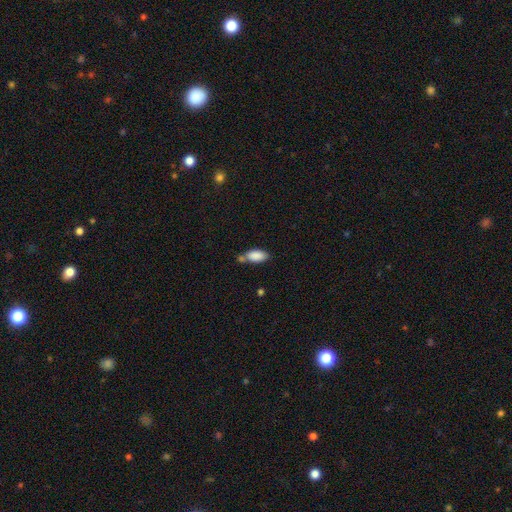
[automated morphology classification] A smooth galaxy with no disk features (87%) that is in between round and cigar-shaped (91%). Merging: none (50%).